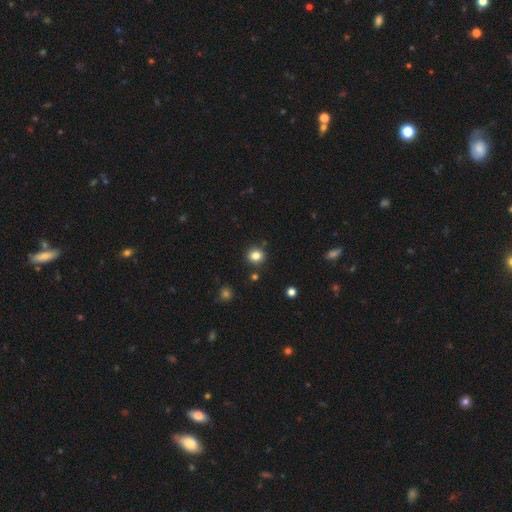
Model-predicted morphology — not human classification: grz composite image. It shows a smooth galaxy with no disk features (82%) that is round (86%). Merging: none (89%).